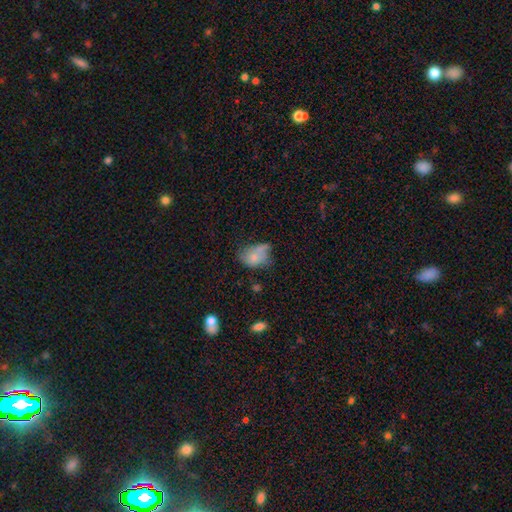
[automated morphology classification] Overall: smooth (70%). How rounded: in between (74%). Merging: none (34%; minor disturbance 33%).